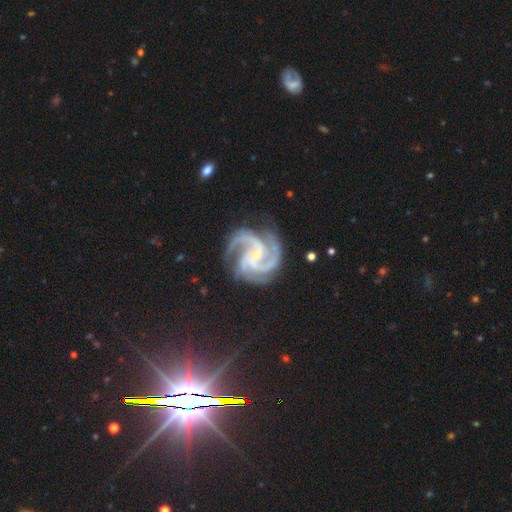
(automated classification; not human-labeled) This is clearly a featured or disk galaxy (94%). It is clearly not viewed edge-on (99%). Bar: possibly no (52%). Spiral arm pattern: clearly yes (99%). Spiral arm count: likely 3 (64%). Spiral winding: possibly medium (57%). Central bulge: likely small (78%). Merging: likely none (74%).